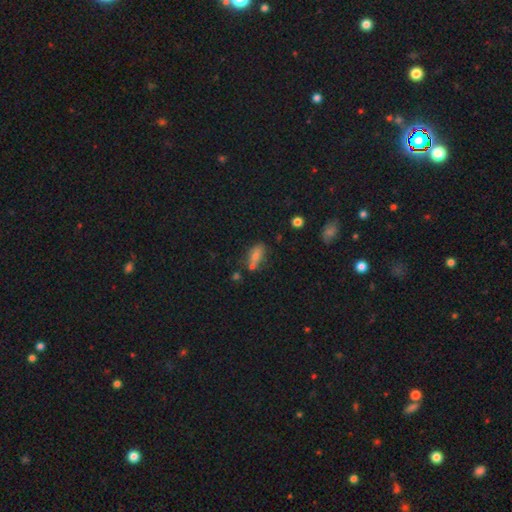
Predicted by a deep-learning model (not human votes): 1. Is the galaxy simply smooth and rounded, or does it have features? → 64% smooth, 21% featured or disk, 15% star or artifact.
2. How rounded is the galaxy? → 76% in between, 17% cigar-shaped, 7% round.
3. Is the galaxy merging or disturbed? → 57% none, 19% minor disturbance, 18% merger, 7% major disturbance.